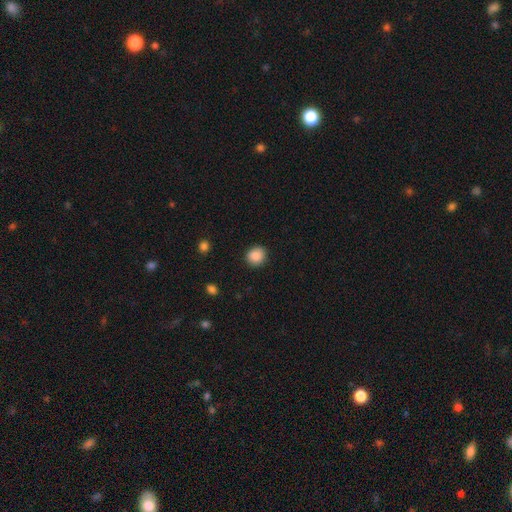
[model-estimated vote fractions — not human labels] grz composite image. It shows a smooth galaxy with no disk features (88%) that is round (84%). Merging: none (91%).